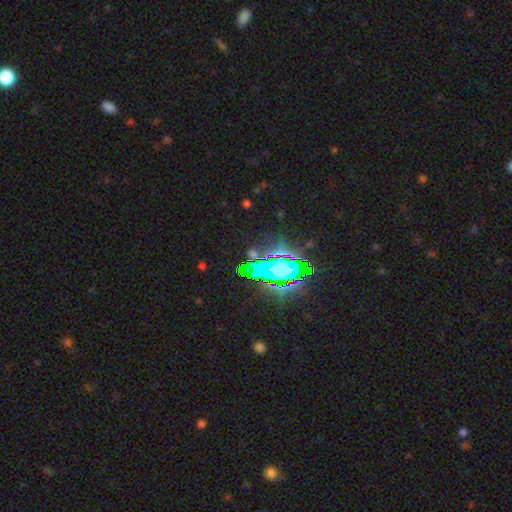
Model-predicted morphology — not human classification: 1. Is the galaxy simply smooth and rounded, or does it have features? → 72% star or artifact, 15% smooth, 13% featured or disk.